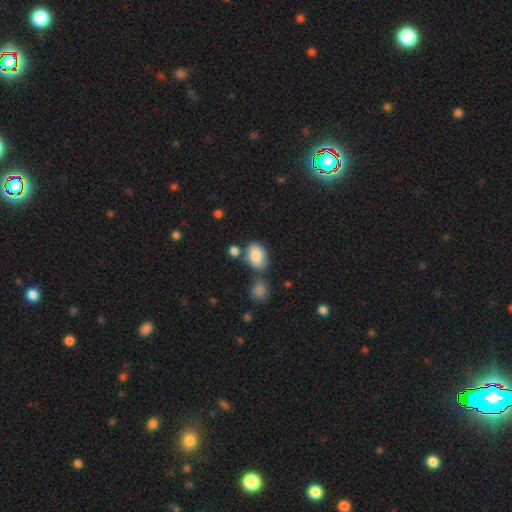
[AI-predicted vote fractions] Smooth or featured: smooth — 83% (featured or disk — 9%)
How rounded: in between — 85% (round — 14%)
Merging: none — 56% (minor disturbance — 21%)